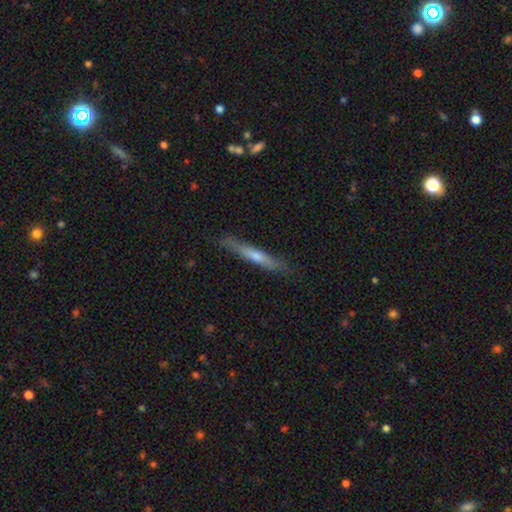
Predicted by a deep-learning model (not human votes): A featured or disk galaxy (47%, tied with smooth).

Vote fractions:
- Smooth or featured? featured or disk: 47% (tied) / smooth: 47% (tied) / star or artifact: 6%
- Merging? none: 85% / minor disturbance: 11% / major disturbance: 2% / merger: 1%